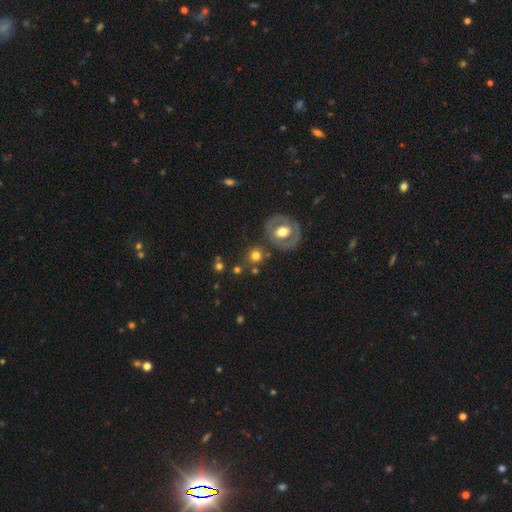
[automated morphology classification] Smooth or featured?
  - smooth: 67% *
  - featured or disk: 21%
  - star or artifact: 12%
How rounded?
  - round: 89% *
  - in between: 10%
  - cigar-shaped: 1%
Merging?
  - none: 74% *
  - merger: 11%
  - minor disturbance: 10%
  - major disturbance: 4%